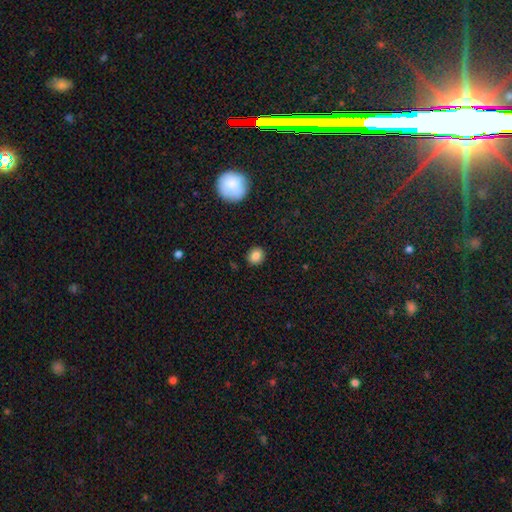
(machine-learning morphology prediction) Smooth or featured: smooth — 84% (star or artifact — 10%)
How rounded: round — 75% (in between — 24%)
Merging: none — 89% (minor disturbance — 8%)